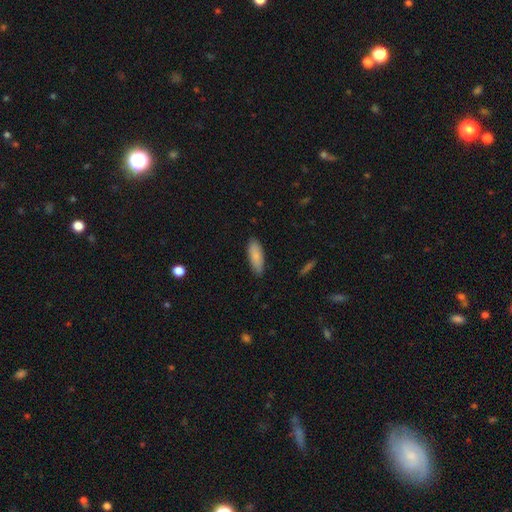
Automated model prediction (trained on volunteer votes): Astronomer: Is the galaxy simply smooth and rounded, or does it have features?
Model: smooth — 85%.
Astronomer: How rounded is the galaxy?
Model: in between — 70%.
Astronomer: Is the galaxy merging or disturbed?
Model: none — 85%.